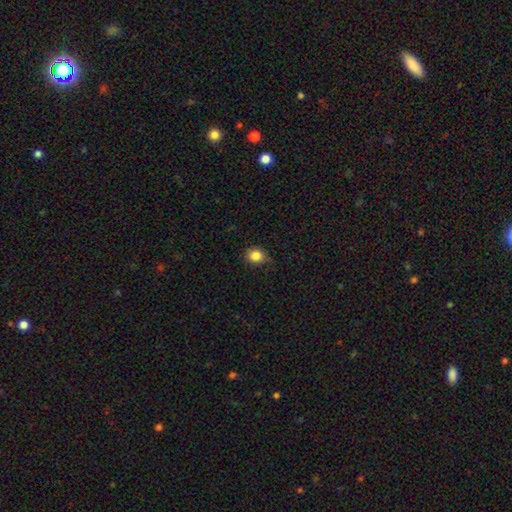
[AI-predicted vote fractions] The model was most divided on "how rounded": round: 75%, in between: 24%, cigar-shaped: 1%. More confident: smooth or featured — smooth (84%); merging — none (75%).